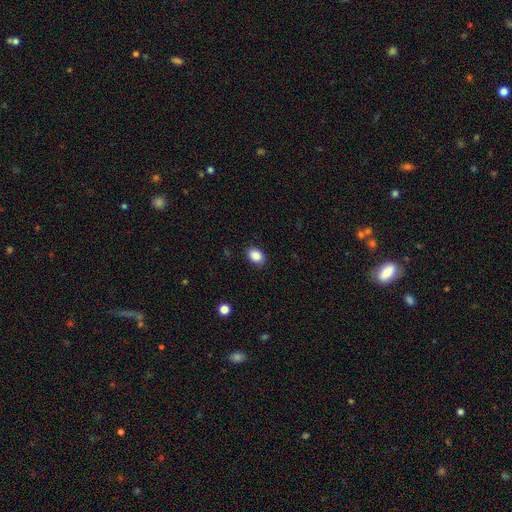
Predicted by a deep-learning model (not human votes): Smooth or featured: smooth — 88% (star or artifact — 9%)
How rounded: in between — 72% (round — 27%)
Merging: none — 88% (minor disturbance — 9%)